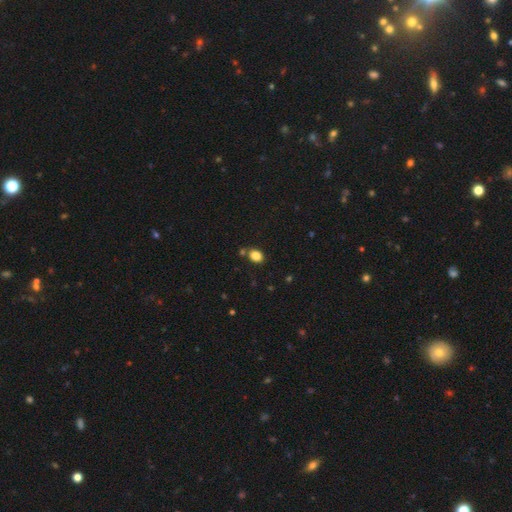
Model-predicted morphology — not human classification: This is clearly a smooth galaxy (84%). How rounded: possibly in between (58%). Merging: likely none (76%).